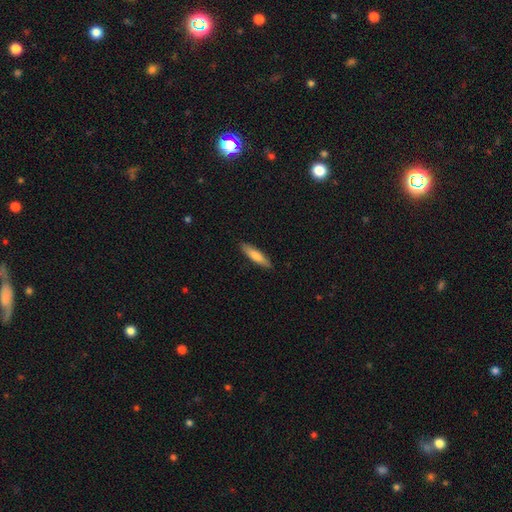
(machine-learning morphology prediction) Overall: smooth (73%). How rounded: cigar-shaped (79%). Merging: none (89%).